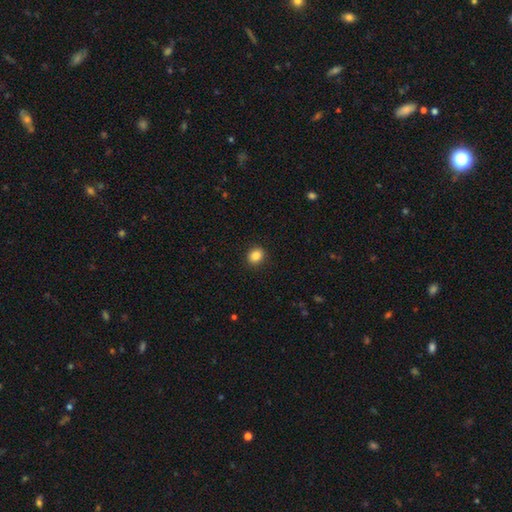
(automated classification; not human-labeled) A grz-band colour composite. It shows a smooth galaxy with no disk features (86%) that is round (63%). Merging: none (90%).